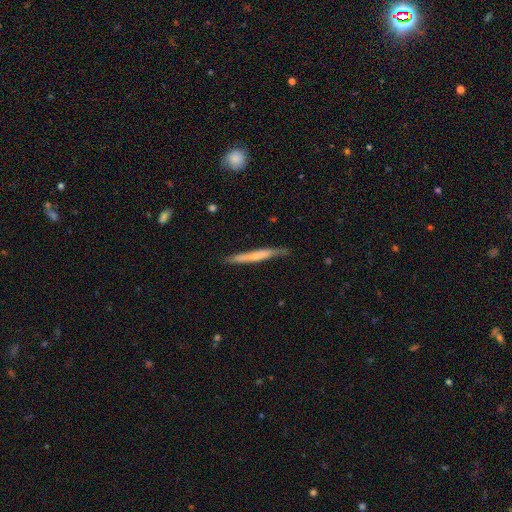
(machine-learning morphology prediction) A smooth galaxy with no disk features (52%) that is cigar-shaped (96%). Merging: none (78%).